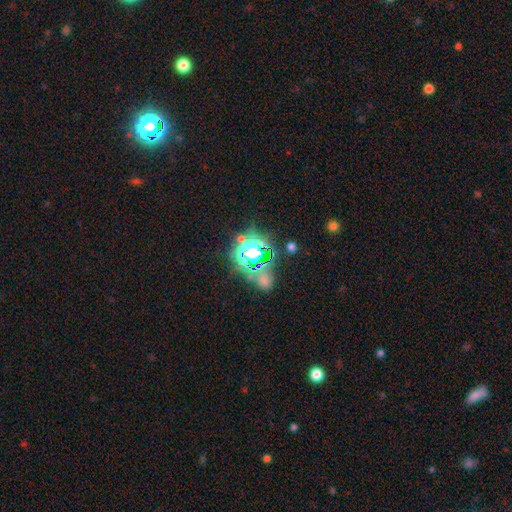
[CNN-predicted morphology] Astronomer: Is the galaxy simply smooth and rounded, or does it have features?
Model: star or artifact — 78%.